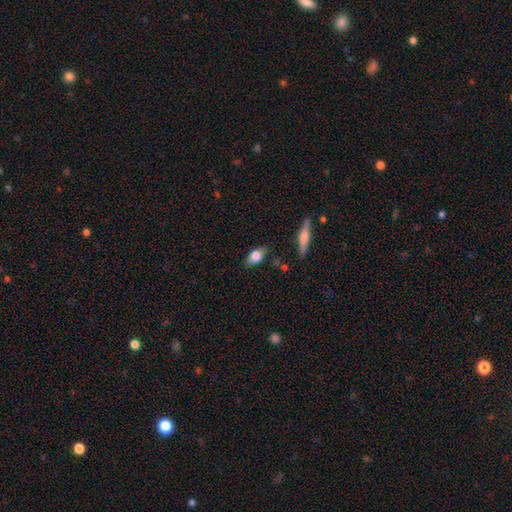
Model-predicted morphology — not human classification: A smooth galaxy with no disk features (76%) that is in between round and cigar-shaped (84%). Merging: none (78%).